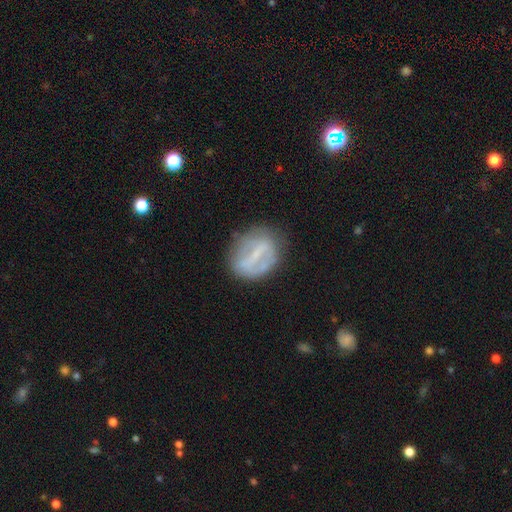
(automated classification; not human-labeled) Q: Smooth or featured?
A: featured or disk (60%); runner-up: smooth (32%)
Q: Edge-on disk?
A: no (92%); runner-up: yes (8%)
Q: Bar?
A: strong (60%); runner-up: weak (28%)
Q: Spiral arms?
A: no (68%); runner-up: yes (32%)
Q: Bulge size?
A: small (50%); runner-up: none (33%)
Q: Merging?
A: none (72%); runner-up: minor disturbance (18%)